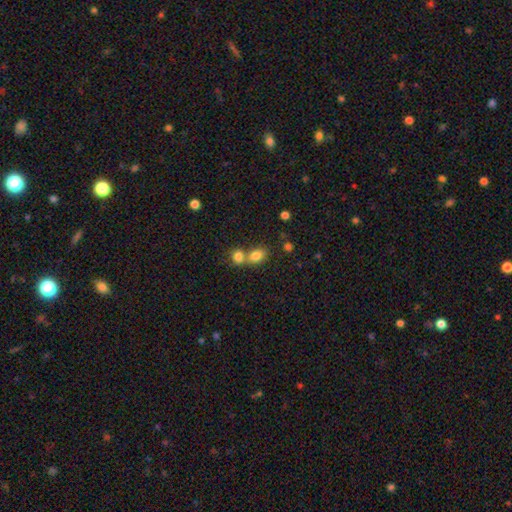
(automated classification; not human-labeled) Overall: smooth (81%). How rounded: in between (60%; round 39%). Merging: merger (55%; none 35%).